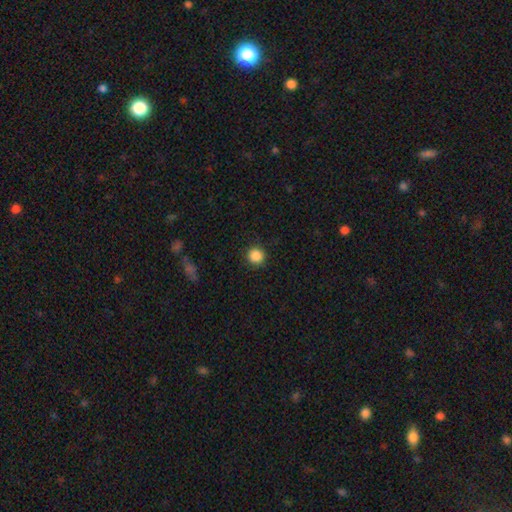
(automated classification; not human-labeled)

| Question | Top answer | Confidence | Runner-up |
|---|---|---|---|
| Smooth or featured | smooth | 87% | star or artifact (10%) |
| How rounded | round | 94% | in between (5%) |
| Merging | none | 90% | minor disturbance (7%) |